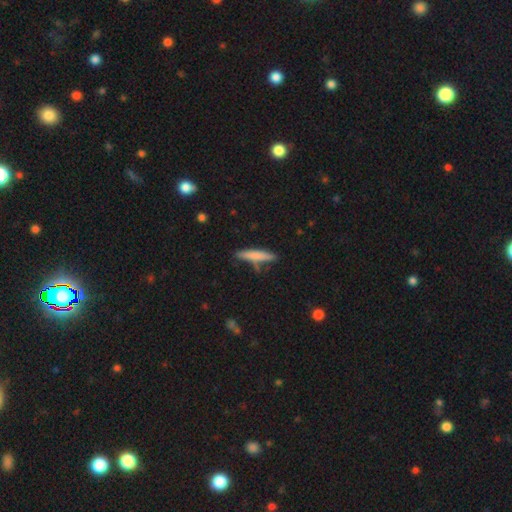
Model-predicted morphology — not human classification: smooth_or_featured: smooth (p=0.74) [alt: featured or disk p=0.20]
how_rounded: cigar-shaped (p=0.89) [alt: in between p=0.09]
merging: none (p=0.74) [alt: minor disturbance p=0.16]